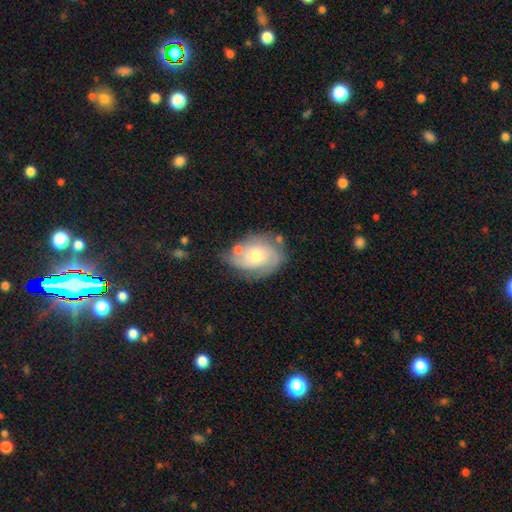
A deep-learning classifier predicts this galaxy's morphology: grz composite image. It shows a featured or disk galaxy (68%) with no bar (76%), 2 (44%) tight (50%) spiral arms (87%) and a moderate central bulge (58%). Merging: none (58%).